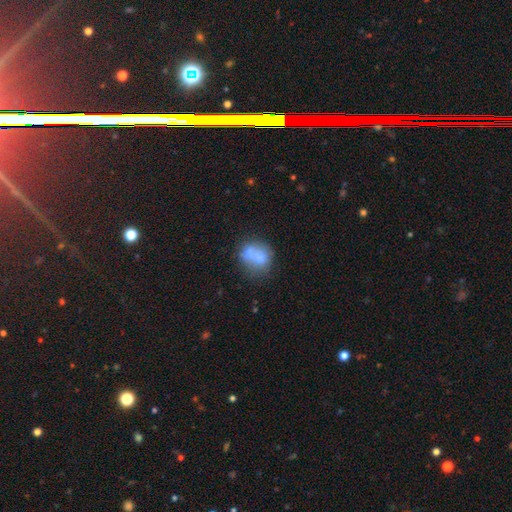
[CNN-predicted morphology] This appears to be a smooth galaxy with no disk features (69%) that is round (50%). Merging: none (37%).